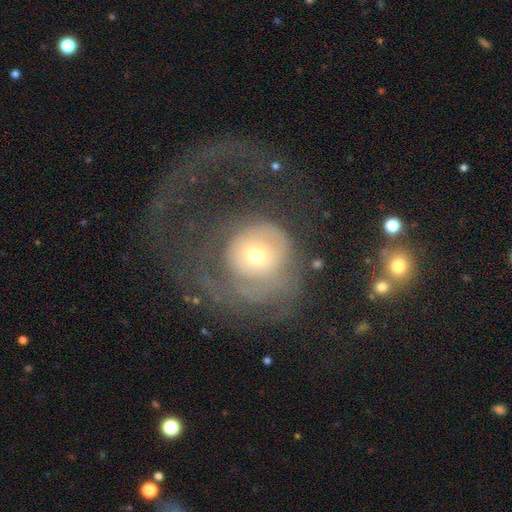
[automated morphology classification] Q: Smooth or featured?
A: featured or disk (53%); runner-up: smooth (37%)
Q: Edge-on disk?
A: no (96%); runner-up: yes (4%)
Q: Bar?
A: no (82%); runner-up: weak (14%)
Q: Spiral arms?
A: yes (52%); runner-up: no (48%)
Q: Bulge size?
A: moderate (51%); runner-up: small (38%)
Q: Merging?
A: major disturbance (59%); runner-up: none (26%)